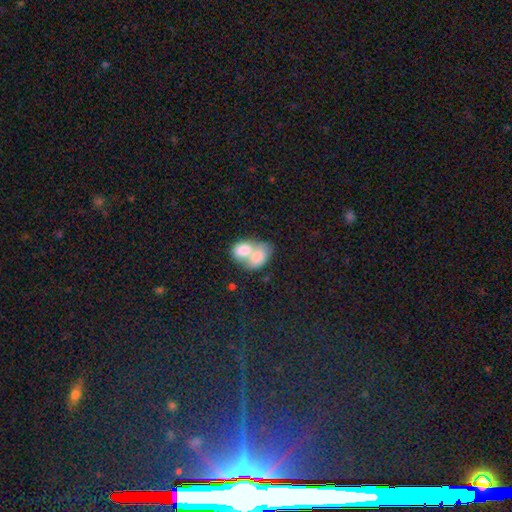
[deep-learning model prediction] A smooth galaxy with no disk features (76%) that is in between round and cigar-shaped (83%). Merging: merger (78%).